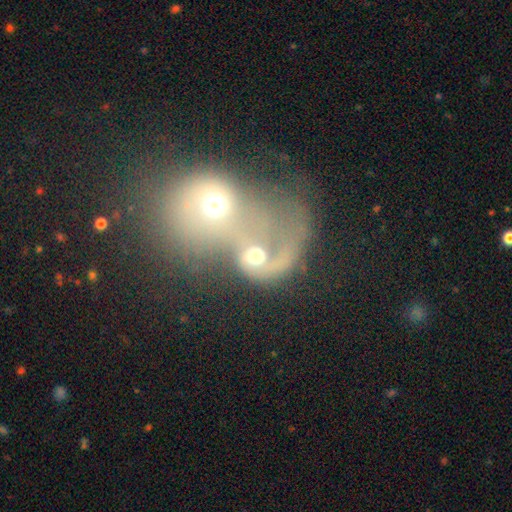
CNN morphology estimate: This is possibly a featured or disk galaxy (50%). It is clearly not viewed edge-on (96%). Merging: likely merger (76%).